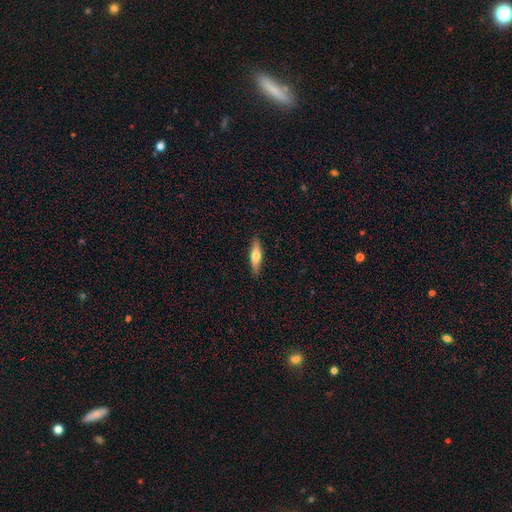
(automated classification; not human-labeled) The model was most divided on "smooth or featured": smooth: 61%, featured or disk: 33%, star or artifact: 6%. More confident: merging — none (88%); how rounded — cigar-shaped (69%).